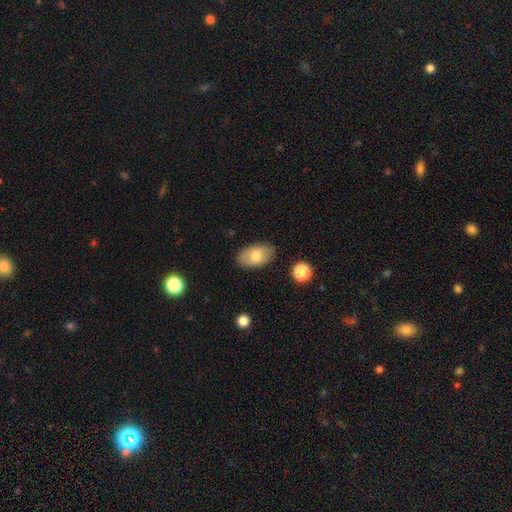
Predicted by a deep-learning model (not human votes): Morphology: type=smooth (75%); roundness=in between (93%); merging=none (84%).